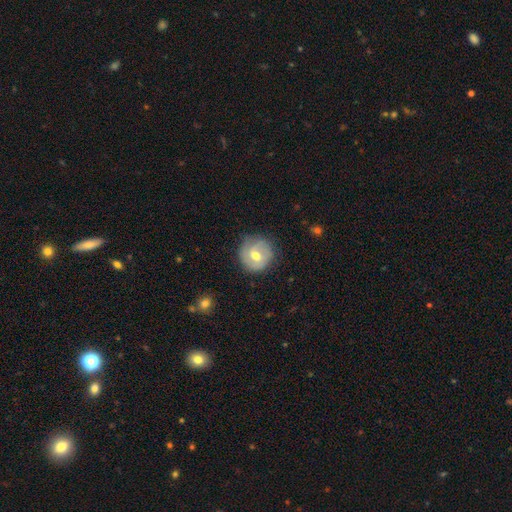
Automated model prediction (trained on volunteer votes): This is possibly a featured or disk galaxy (57%). It is clearly not viewed edge-on (97%). Bar: possibly weak (51%). Spiral arm pattern: likely yes (76%). Central bulge: likely moderate (75%). Merging: likely none (73%).